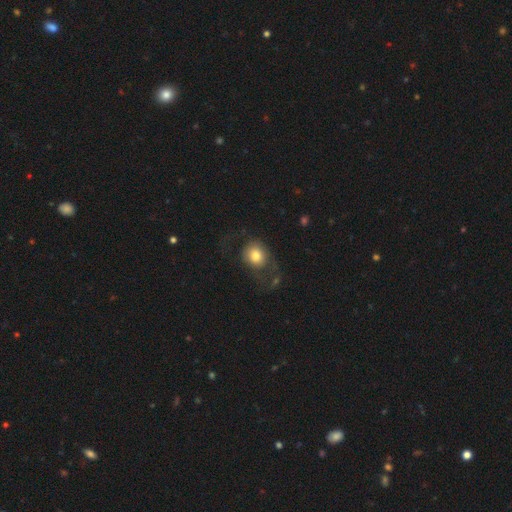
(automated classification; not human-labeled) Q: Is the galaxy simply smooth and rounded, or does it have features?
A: smooth — 70%.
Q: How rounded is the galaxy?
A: round — 69%.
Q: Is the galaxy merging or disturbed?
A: major disturbance — 41%.